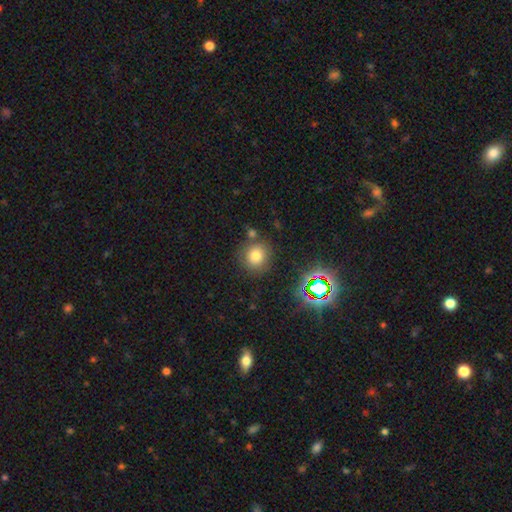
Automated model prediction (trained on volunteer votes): smooth_or_featured: smooth (p=0.74) [alt: star or artifact p=0.17]
how_rounded: round (p=0.86) [alt: in between p=0.13]
merging: none (p=0.78) [alt: minor disturbance p=0.11]